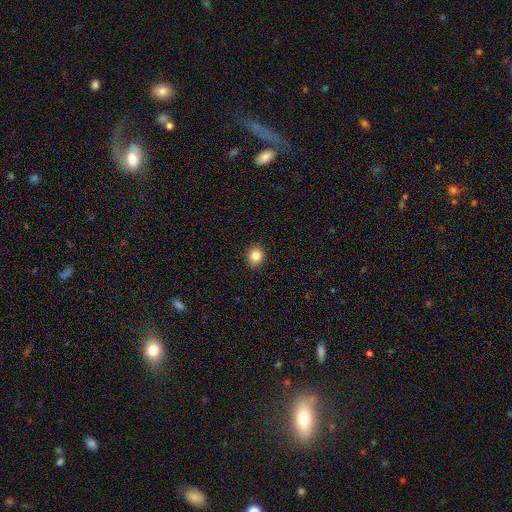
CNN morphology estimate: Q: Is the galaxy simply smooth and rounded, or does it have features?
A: smooth — 84%.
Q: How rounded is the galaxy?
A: round — 68%.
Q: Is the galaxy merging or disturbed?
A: none — 90%.